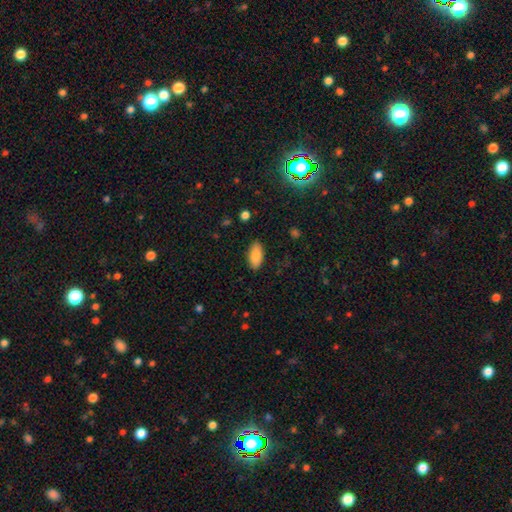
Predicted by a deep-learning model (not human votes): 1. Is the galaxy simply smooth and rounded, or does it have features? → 86% smooth, 7% featured or disk, 7% star or artifact.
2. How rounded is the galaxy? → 91% in between, 7% cigar-shaped, 2% round.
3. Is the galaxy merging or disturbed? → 87% none, 10% minor disturbance, 2% major disturbance, 1% merger.